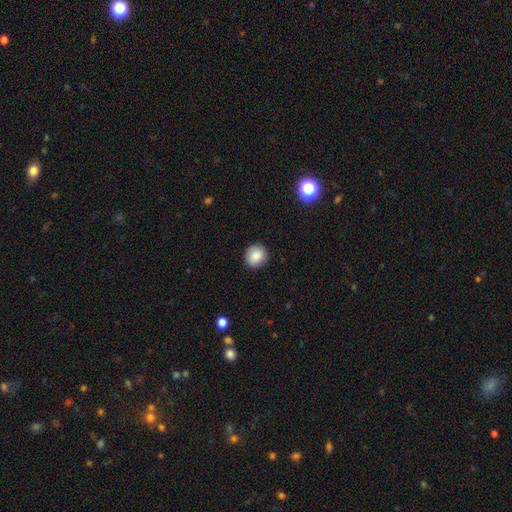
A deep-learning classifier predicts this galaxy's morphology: Overall: smooth (86%). How rounded: round (84%). Merging: none (90%).